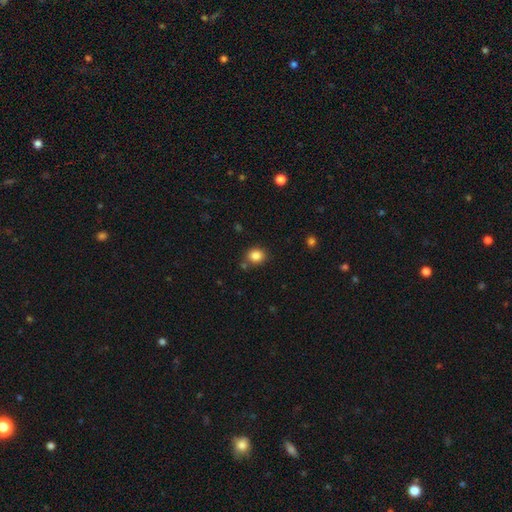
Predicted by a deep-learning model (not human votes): Smooth or featured: smooth — 85% (star or artifact — 11%)
How rounded: round — 71% (in between — 28%)
Merging: none — 79% (minor disturbance — 11%)